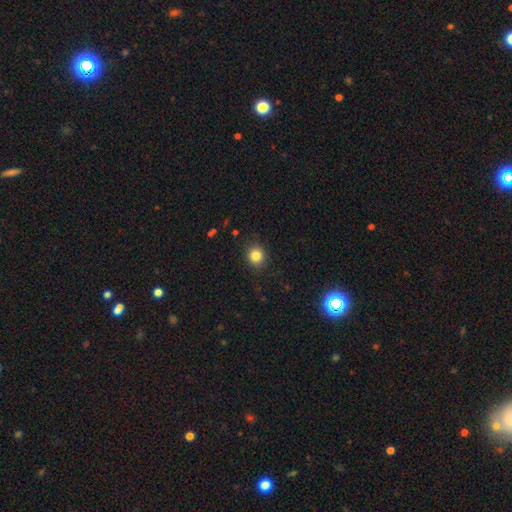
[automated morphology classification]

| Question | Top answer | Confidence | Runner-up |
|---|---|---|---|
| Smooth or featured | smooth | 83% | star or artifact (12%) |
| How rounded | round | 86% | in between (13%) |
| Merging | none | 88% | minor disturbance (8%) |